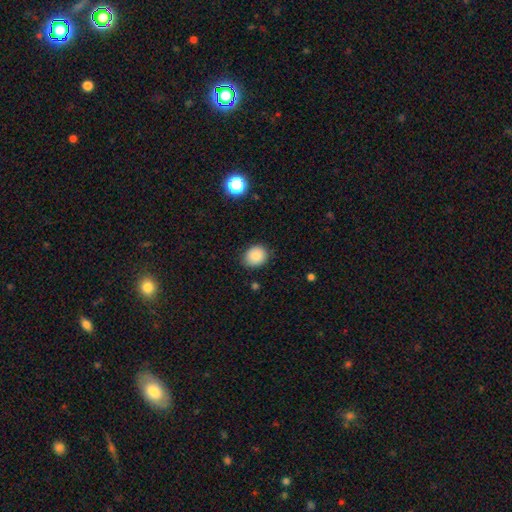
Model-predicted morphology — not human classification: smooth-or-featured: smooth: 85% | star or artifact: 9% | featured or disk: 6%
  how-rounded: round: 64% | in between: 35% | cigar-shaped: 1%
  merging: none: 83% | minor disturbance: 13% | major disturbance: 3% | merger: 1%